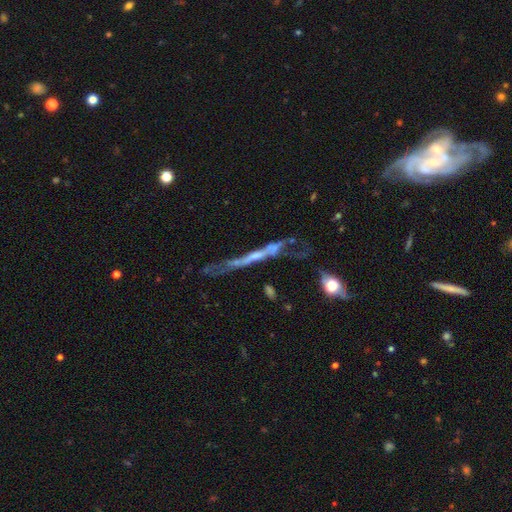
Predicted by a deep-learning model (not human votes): Q: Smooth or featured?
A: featured or disk (67%); runner-up: smooth (20%)
Q: Edge-on disk?
A: yes (74%); runner-up: no (26%)
Q: Merging?
A: none (39%); runner-up: major disturbance (28%)